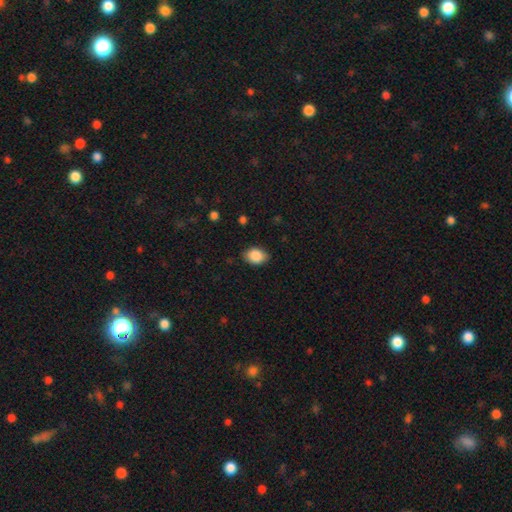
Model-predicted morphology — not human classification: This appears to be a smooth galaxy with no disk features (87%) that is in between round and cigar-shaped (70%). Merging: none (81%).